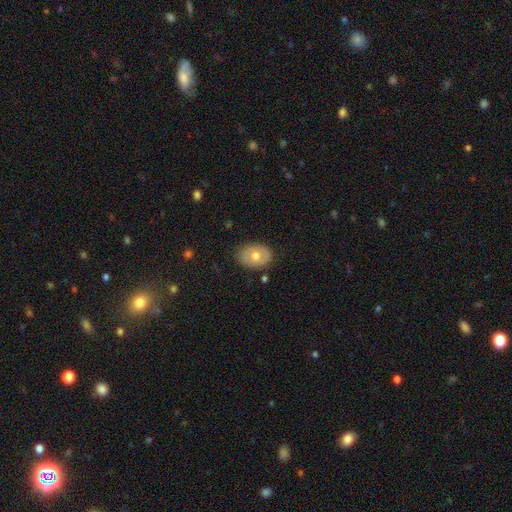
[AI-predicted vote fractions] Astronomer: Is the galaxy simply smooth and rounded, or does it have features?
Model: smooth — 57% (runner-up: featured or disk, 36%).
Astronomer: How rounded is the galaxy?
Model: in between — 75%.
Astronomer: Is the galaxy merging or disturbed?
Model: none — 83%.